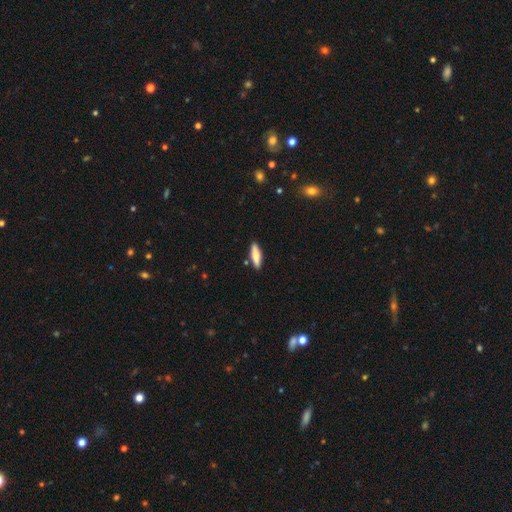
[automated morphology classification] A smooth galaxy with no disk features (75%) that is cigar-shaped (68%).

Vote fractions:
- Smooth or featured? smooth: 75% / featured or disk: 19% / star or artifact: 6%
- How rounded? cigar-shaped: 68% / in between: 30% / round: 2%
- Merging? none: 87% / minor disturbance: 9% / merger: 2% / major disturbance: 2%